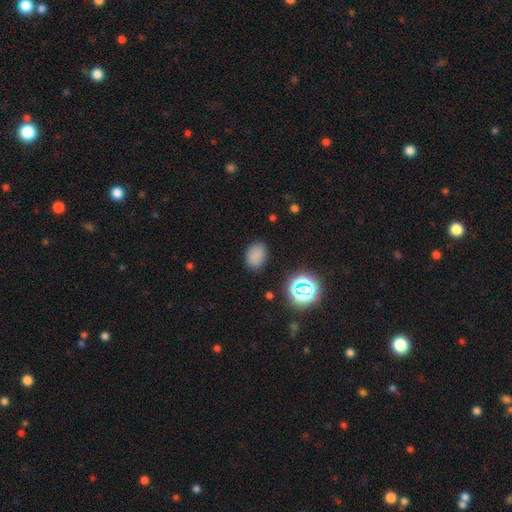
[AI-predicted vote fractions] The model was most divided on "how rounded": in between: 77%, round: 22%, cigar-shaped: 1%. More confident: merging — none (83%); smooth or featured — smooth (78%).